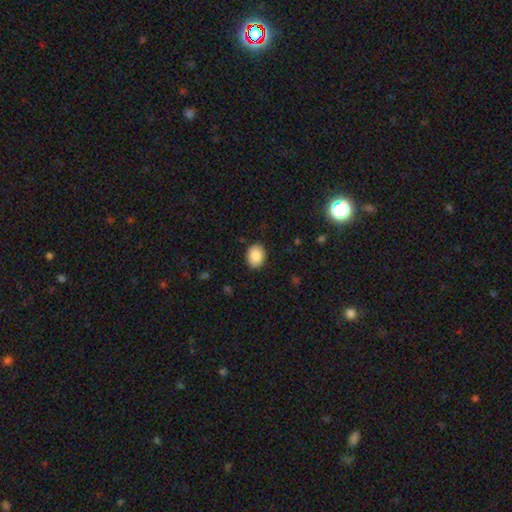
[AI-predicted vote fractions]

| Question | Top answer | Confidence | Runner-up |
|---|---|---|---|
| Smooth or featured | smooth | 89% | star or artifact (7%) |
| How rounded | in between | 61% | round (38%) |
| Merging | none | 87% | minor disturbance (10%) |